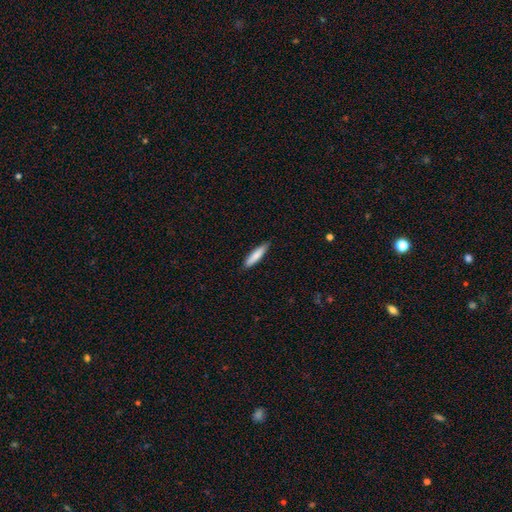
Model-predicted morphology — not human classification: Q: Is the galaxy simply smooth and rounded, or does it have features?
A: smooth — 82%.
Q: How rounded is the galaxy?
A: cigar-shaped — 80%.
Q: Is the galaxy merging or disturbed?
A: none — 87%.